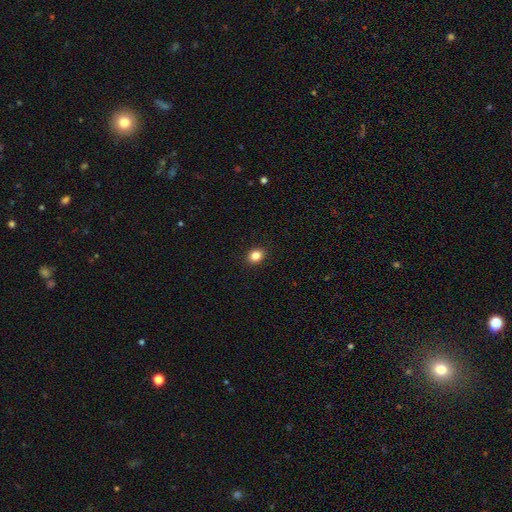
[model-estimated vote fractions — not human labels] A smooth galaxy with no disk features (84%) that is round (54%). Merging: none (91%).